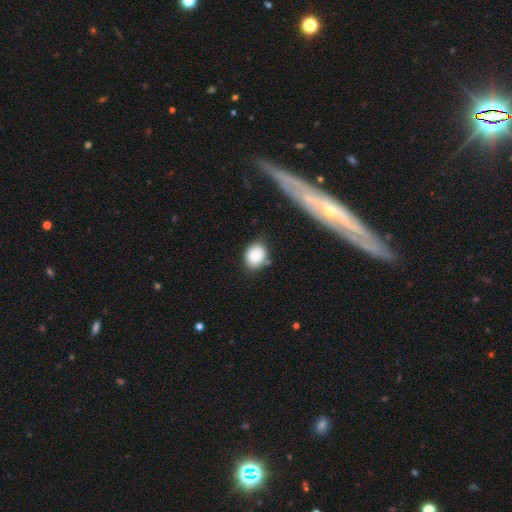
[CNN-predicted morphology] Q: Smooth or featured?
A: smooth (86%); runner-up: star or artifact (9%)
Q: How rounded?
A: round (57%); runner-up: in between (42%)
Q: Merging?
A: none (76%); runner-up: minor disturbance (16%)